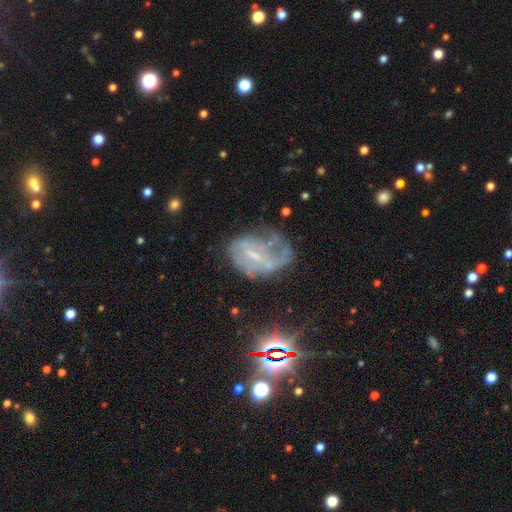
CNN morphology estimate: smooth_or_featured: featured or disk (p=0.66) [alt: smooth p=0.19]
disk_edge_on: no (p=0.97) [alt: yes p=0.03]
bar: weak (p=0.47) [alt: no p=0.32]
has_spiral_arms: yes (p=0.62) [alt: no p=0.38]
bulge_size: small (p=0.50) [alt: none p=0.29]
merging: major disturbance (p=0.37) [alt: none p=0.32]